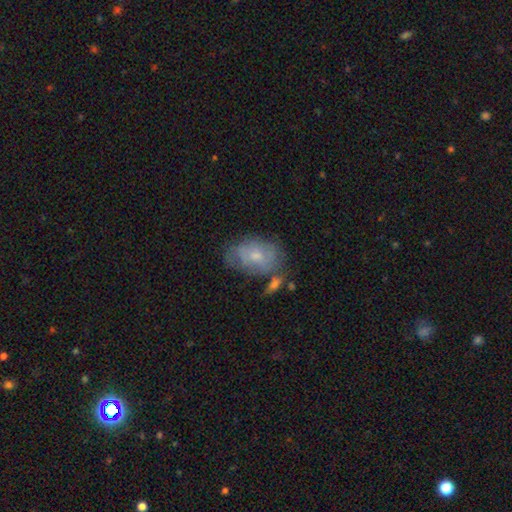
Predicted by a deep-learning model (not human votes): A smooth galaxy with no disk features (54%) that is in between round and cigar-shaped (81%).

Vote fractions:
- Smooth or featured? smooth: 54% / featured or disk: 38% / star or artifact: 8%
- How rounded? in between: 81% / round: 18% / cigar-shaped: 1%
- Merging? none: 49% / minor disturbance: 28% / major disturbance: 13% / merger: 11%